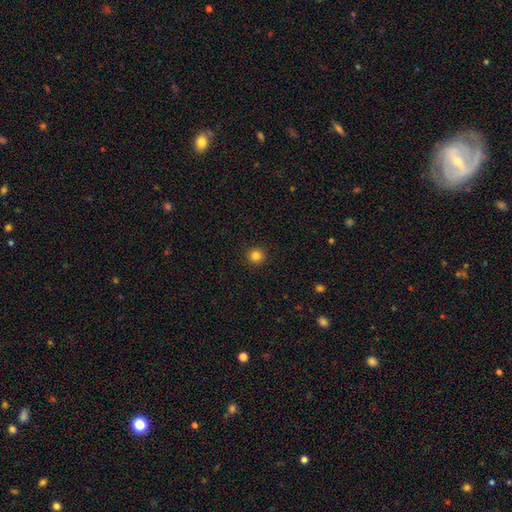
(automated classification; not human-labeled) smooth-or-featured: smooth: 83% | star or artifact: 12% | featured or disk: 4%
  how-rounded: round: 93% | in between: 6% | cigar-shaped: 1%
  merging: none: 92% | minor disturbance: 5% | major disturbance: 2% | merger: 1%